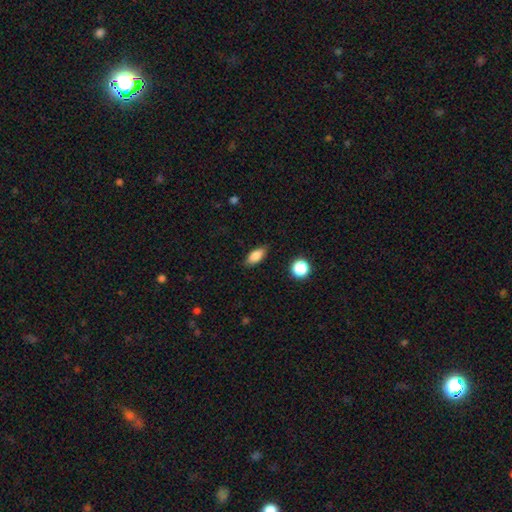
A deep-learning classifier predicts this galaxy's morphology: smooth_or_featured: smooth (p=0.82) [alt: featured or disk p=0.10]
how_rounded: in between (p=0.82) [alt: cigar-shaped p=0.13]
merging: none (p=0.84) [alt: minor disturbance p=0.12]